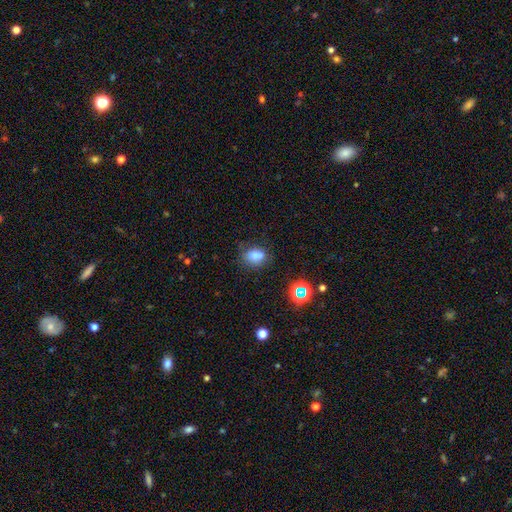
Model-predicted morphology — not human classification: A smooth galaxy with no disk features (76%) that is in between round and cigar-shaped (64%). Merging: none (61%).